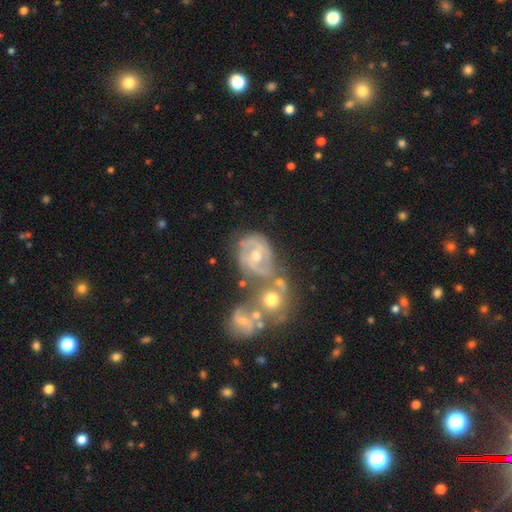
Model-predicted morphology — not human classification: Overall: featured or disk (79%). Edge-on disk: no (97%). Bar: no (54%; weak 35%). Spiral arms: yes (84%). Spiral arm count: 2 (58%; can't tell 19%). Spiral winding: tight (51%; medium 39%). Bulge size: moderate (74%). Merging: merger (39%; none 34%).